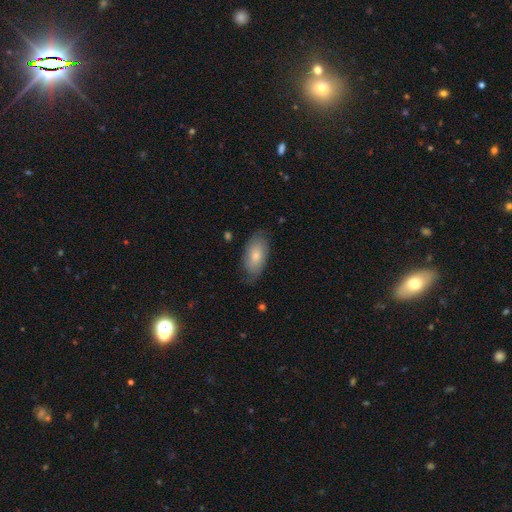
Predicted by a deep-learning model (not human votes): Morphology: type=smooth (72%); roundness=in between (93%); merging=none (73%).